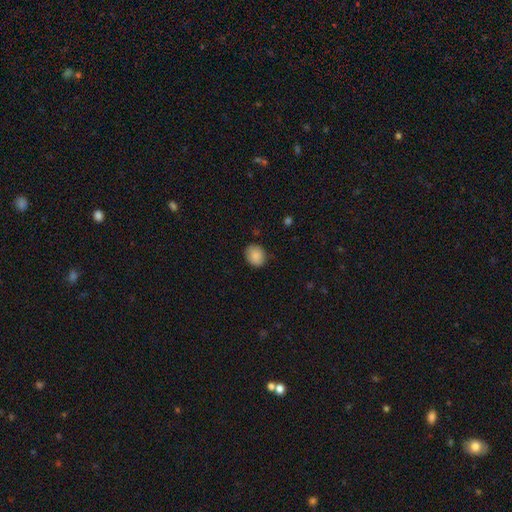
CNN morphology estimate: type=smooth (88%); roundness=round (60%); merging=none (79%).